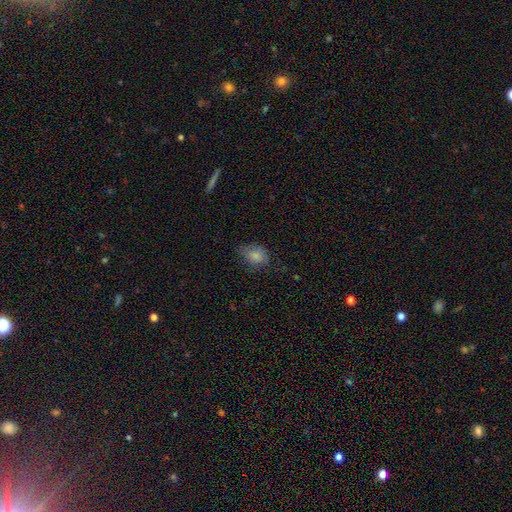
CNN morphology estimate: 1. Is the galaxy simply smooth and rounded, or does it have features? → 81% smooth, 10% star or artifact, 9% featured or disk.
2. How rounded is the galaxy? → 62% in between, 37% round, 1% cigar-shaped.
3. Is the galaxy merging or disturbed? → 61% none, 28% minor disturbance, 10% major disturbance, 1% merger.